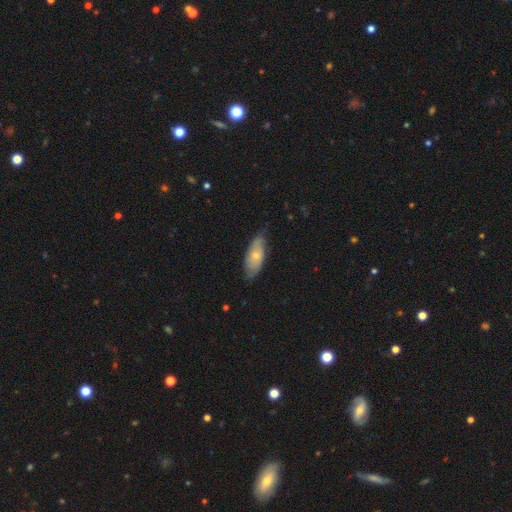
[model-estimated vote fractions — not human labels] smooth 55%, featured or disk 39%, star or artifact 6%. Down the decision tree: how rounded — in between (82%); merging — none (68%).